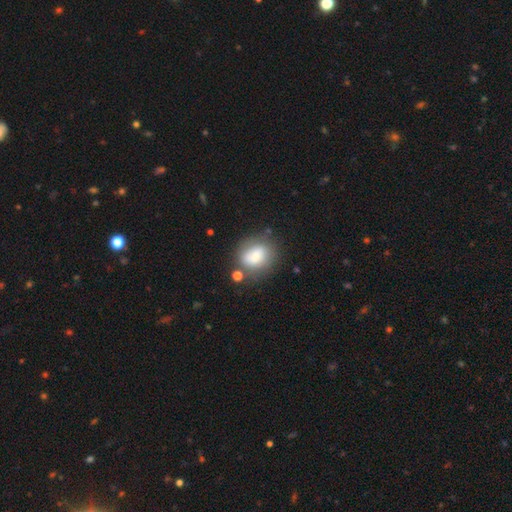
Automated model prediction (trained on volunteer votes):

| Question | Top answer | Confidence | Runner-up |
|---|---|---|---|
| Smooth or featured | smooth | 71% | featured or disk (20%) |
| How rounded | in between | 50% | round (49%) |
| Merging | none | 58% | minor disturbance (21%) |